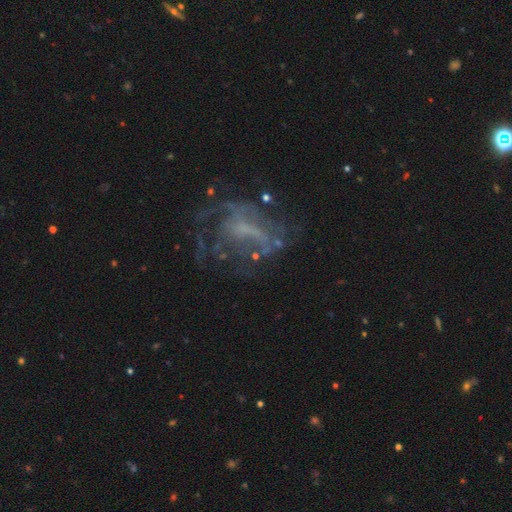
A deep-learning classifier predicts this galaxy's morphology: Smooth or featured?
  - featured or disk: 67% *
  - star or artifact: 17%
  - smooth: 16%
Edge-on disk?
  - no: 96% *
  - yes: 4%
Bar?
  - no: 53% *
  - weak: 33%
  - strong: 14%
Spiral arms?
  - no: 54% *
  - yes: 46%
Bulge size?
  - none: 51% *
  - small: 29%
  - moderate: 16%
  - large: 3%
  - dominant: 1%
Merging?
  - none: 41% *
  - major disturbance: 38%
  - minor disturbance: 17%
  - merger: 5%